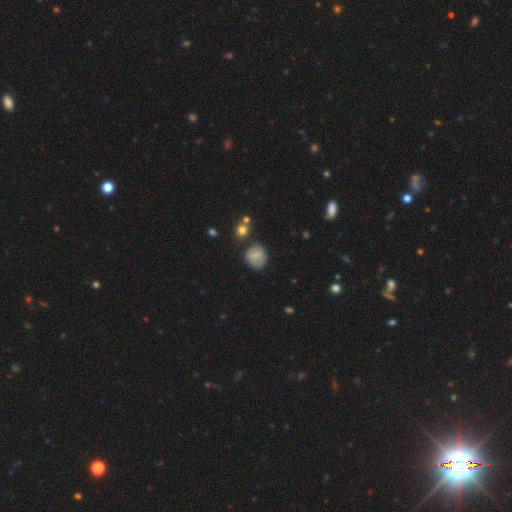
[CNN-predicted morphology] Smooth or featured?
  - smooth: 71% *
  - featured or disk: 19%
  - star or artifact: 10%
How rounded?
  - round: 73% *
  - in between: 26%
  - cigar-shaped: 1%
Merging?
  - none: 73% *
  - minor disturbance: 18%
  - major disturbance: 5%
  - merger: 4%